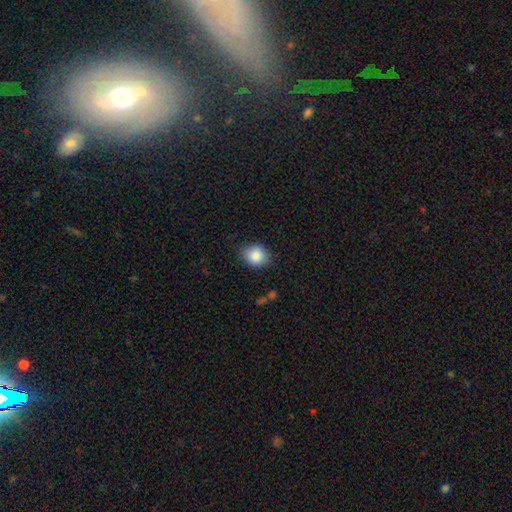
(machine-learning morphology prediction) type=smooth (86%); roundness=round (71%); merging=none (80%).